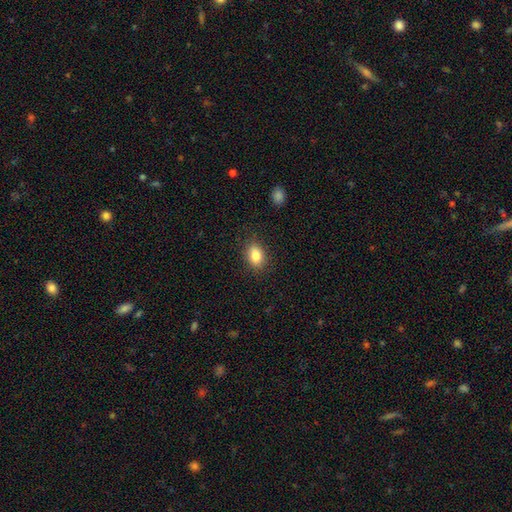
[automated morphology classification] Smooth or featured?
  - smooth: 85% *
  - star or artifact: 9%
  - featured or disk: 7%
How rounded?
  - in between: 80% *
  - round: 19%
  - cigar-shaped: 2%
Merging?
  - none: 87% *
  - minor disturbance: 10%
  - major disturbance: 3%
  - merger: 1%